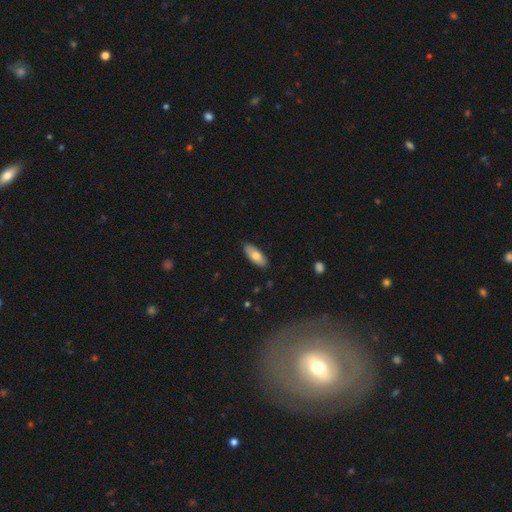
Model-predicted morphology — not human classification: A smooth galaxy with no disk features (73%) that is in between round and cigar-shaped (81%). Merging: none (87%).